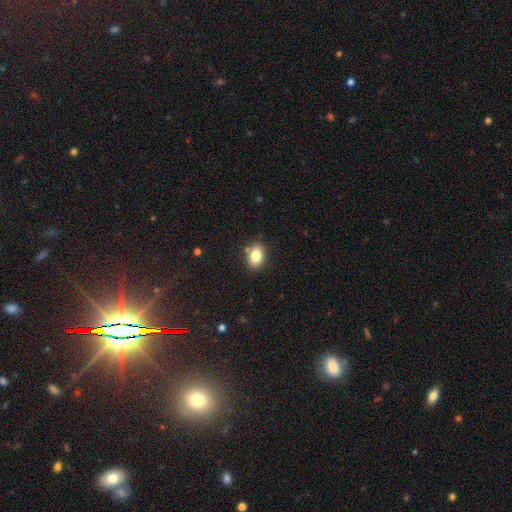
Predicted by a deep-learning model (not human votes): Morphology: type=smooth (82%); roundness=in between (79%); merging=none (83%).